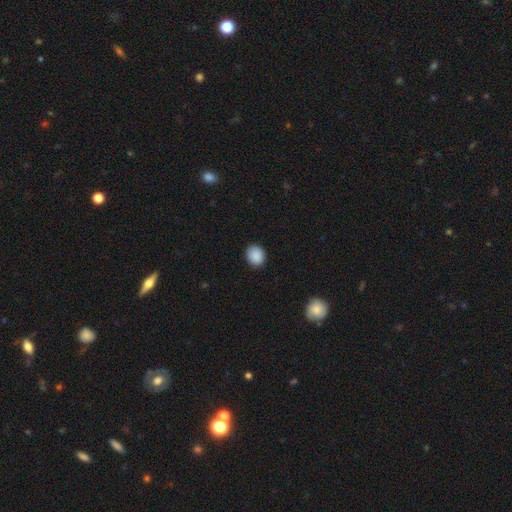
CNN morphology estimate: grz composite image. It shows a smooth galaxy with no disk features (89%) that is round (67%). Merging: none (89%).